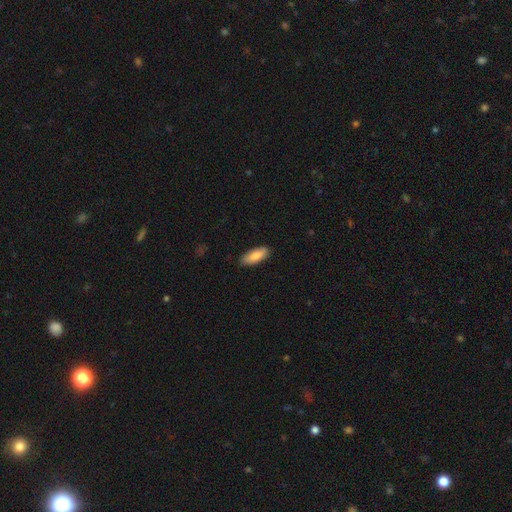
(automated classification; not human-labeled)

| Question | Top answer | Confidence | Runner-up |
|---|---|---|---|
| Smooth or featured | smooth | 82% | featured or disk (12%) |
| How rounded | in between | 74% | cigar-shaped (24%) |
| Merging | none | 87% | minor disturbance (10%) |